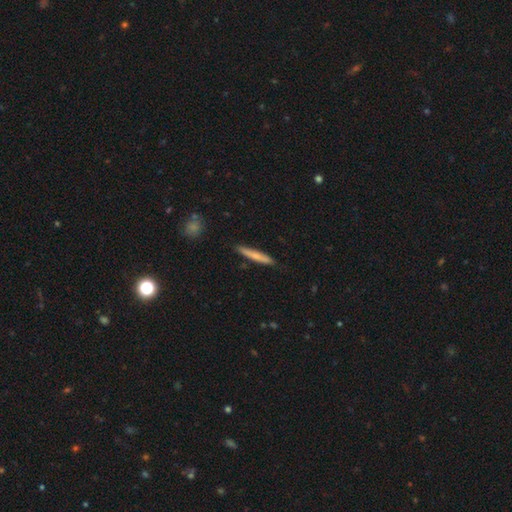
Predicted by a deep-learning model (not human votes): Overall: smooth (68%). How rounded: cigar-shaped (94%). Merging: none (87%).